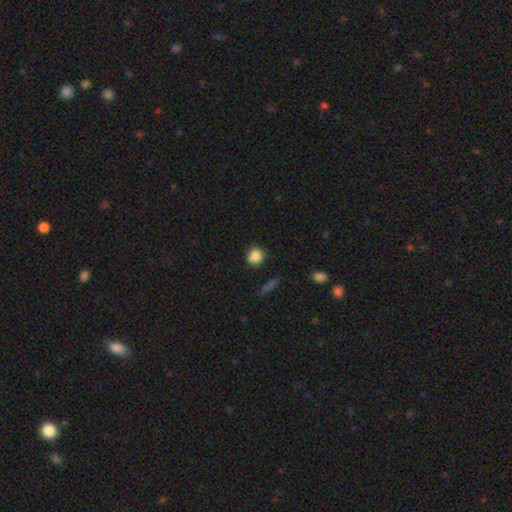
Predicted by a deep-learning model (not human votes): Smooth or featured: smooth — 83% (star or artifact — 11%)
How rounded: round — 76% (in between — 22%)
Merging: none — 70% (minor disturbance — 20%)